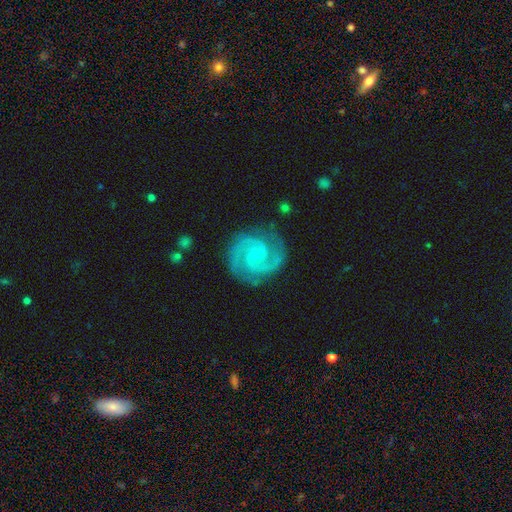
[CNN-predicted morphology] smooth_or_featured: featured or disk (p=0.92) [alt: star or artifact p=0.04]
disk_edge_on: no (p=0.98) [alt: yes p=0.02]
bar: no (p=0.52) [alt: weak p=0.38]
has_spiral_arms: yes (p=0.99) [alt: no p=0.01]
spiral_winding: tight (p=0.51) [alt: medium p=0.44]
spiral_arm_count: 2 (p=0.86) [alt: 3 p=0.07]
bulge_size: small (p=0.74) [alt: none p=0.16]
merging: none (p=0.82) [alt: minor disturbance p=0.13]